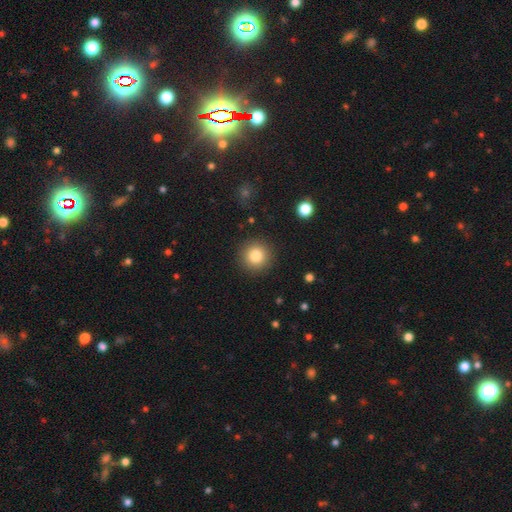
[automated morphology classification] Smooth or featured? Predicted: smooth (p=0.82). How rounded? Predicted: round (p=0.95). Merging? Predicted: none (p=0.91).